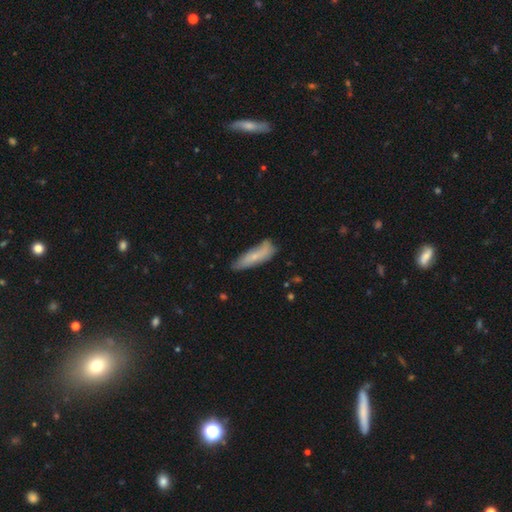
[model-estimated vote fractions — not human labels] smooth_or_featured: smooth (p=0.68) [alt: featured or disk p=0.24]
how_rounded: cigar-shaped (p=0.62) [alt: in between p=0.36]
merging: none (p=0.60) [alt: minor disturbance p=0.29]